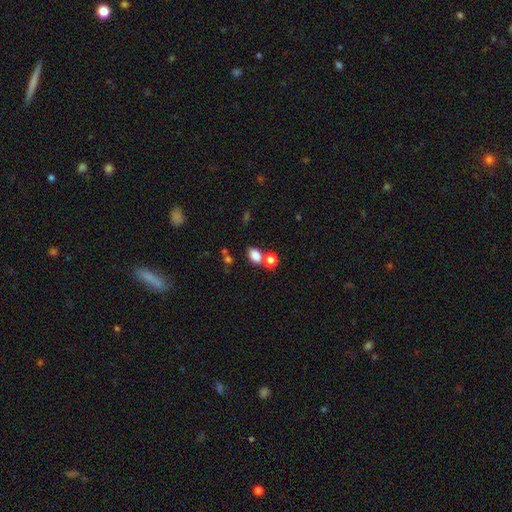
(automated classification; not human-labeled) A smooth galaxy with no disk features (82%) that is in between round and cigar-shaped (76%). Merging: none (62%).